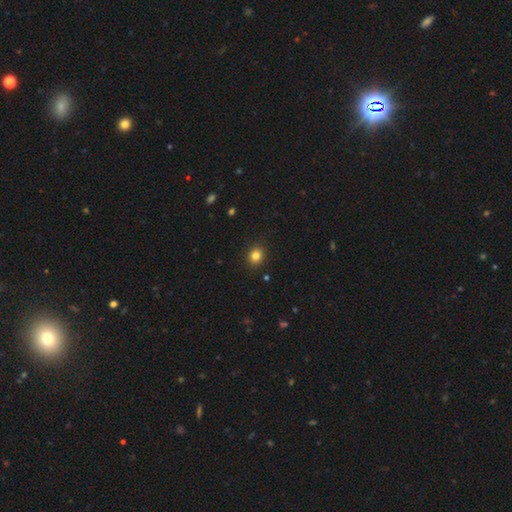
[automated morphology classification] Smooth or featured?
  - smooth: 83% *
  - star or artifact: 12%
  - featured or disk: 5%
How rounded?
  - round: 77% *
  - in between: 22%
  - cigar-shaped: 1%
Merging?
  - none: 91% *
  - minor disturbance: 6%
  - major disturbance: 2%
  - merger: 1%